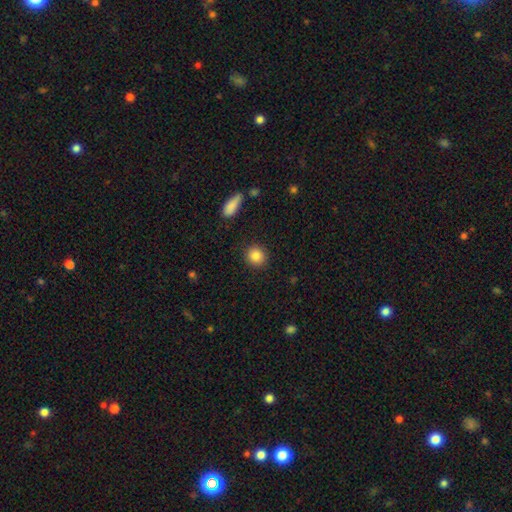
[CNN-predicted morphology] smooth-or-featured: smooth: 86% | star or artifact: 9% | featured or disk: 5%
  how-rounded: round: 87% | in between: 12% | cigar-shaped: 1%
  merging: none: 90% | minor disturbance: 6% | major disturbance: 2% | merger: 2%